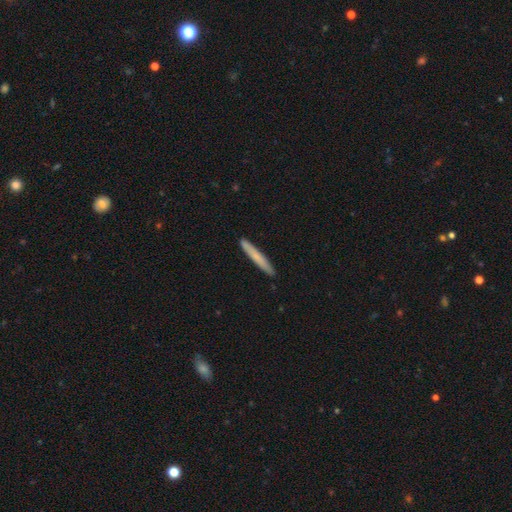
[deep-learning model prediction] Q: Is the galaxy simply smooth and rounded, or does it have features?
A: smooth — 71%.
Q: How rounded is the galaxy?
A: cigar-shaped — 96%.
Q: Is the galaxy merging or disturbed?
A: none — 91%.